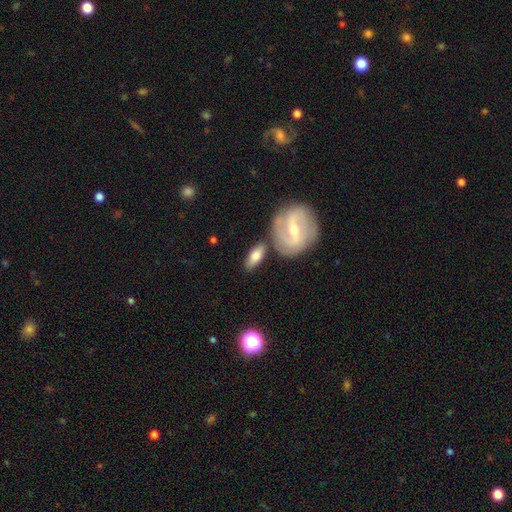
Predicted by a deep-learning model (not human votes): This is likely a smooth galaxy (65%). How rounded: clearly in between (80%). Merging: likely none (71%).